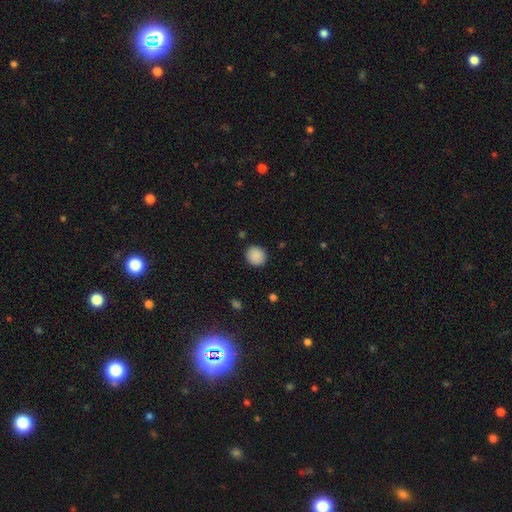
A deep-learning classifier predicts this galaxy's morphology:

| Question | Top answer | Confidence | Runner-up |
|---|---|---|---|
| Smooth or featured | smooth | 89% | star or artifact (8%) |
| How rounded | round | 88% | in between (11%) |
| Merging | none | 90% | minor disturbance (7%) |